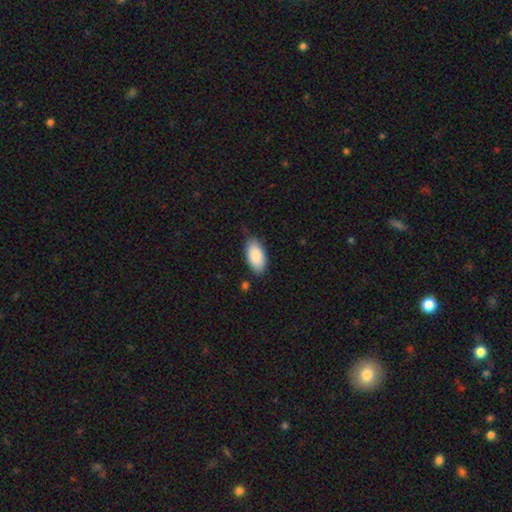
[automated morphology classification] smooth-or-featured: smooth: 88% | featured or disk: 7% | star or artifact: 6%
  how-rounded: in between: 94% | cigar-shaped: 4% | round: 2%
  merging: none: 80% | minor disturbance: 15% | major disturbance: 3% | merger: 2%